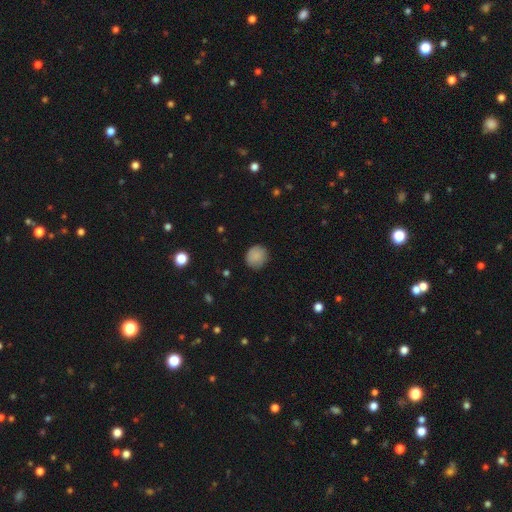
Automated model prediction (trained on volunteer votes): smooth 87%, star or artifact 8%, featured or disk 5%. Down the decision tree: how rounded — round (84%); merging — none (85%).